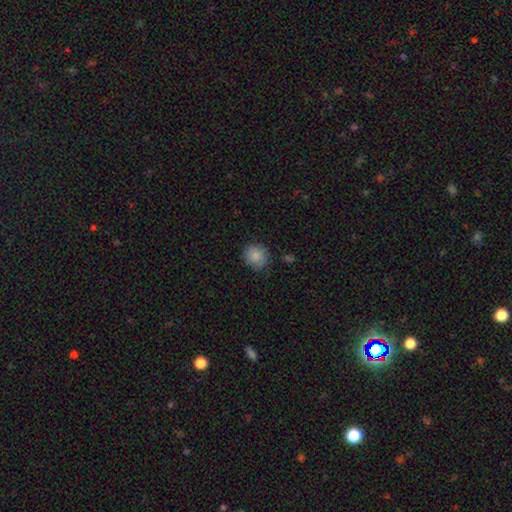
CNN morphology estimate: A smooth galaxy with no disk features (86%) that is round (83%). Merging: none (81%).